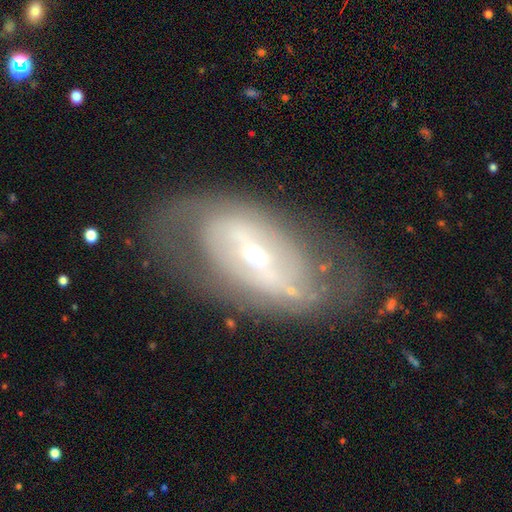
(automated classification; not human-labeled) This appears to be a featured or disk galaxy (73%) with a weak bar (35%), spiral arms (59%) and a small central bulge (53%). Merging: none (65%).